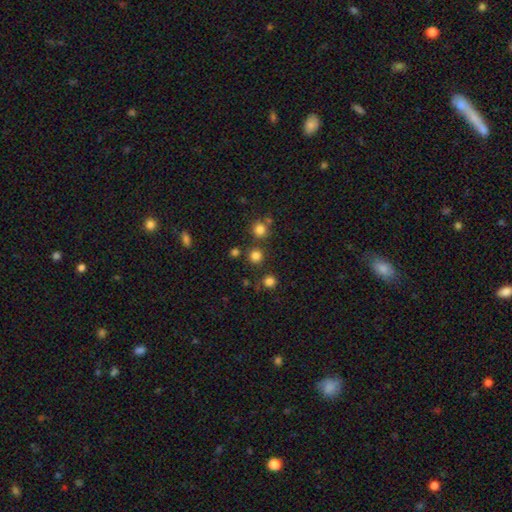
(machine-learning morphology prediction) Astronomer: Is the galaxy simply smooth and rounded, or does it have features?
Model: smooth — 79%.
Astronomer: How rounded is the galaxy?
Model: round — 92%.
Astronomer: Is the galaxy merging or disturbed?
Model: none — 81%.